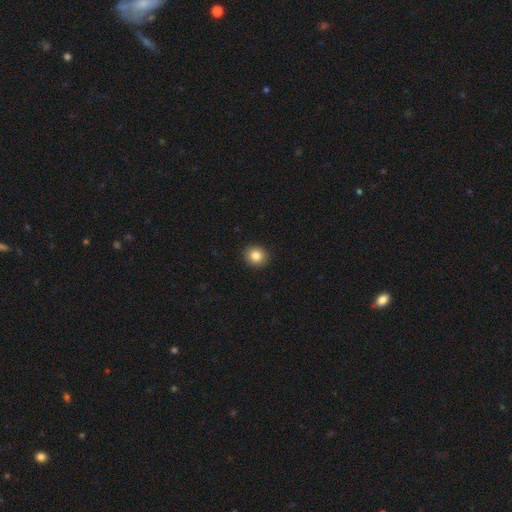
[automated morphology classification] Smooth or featured? smooth (85%)
How rounded? round (86%)
Merging? none (93%)